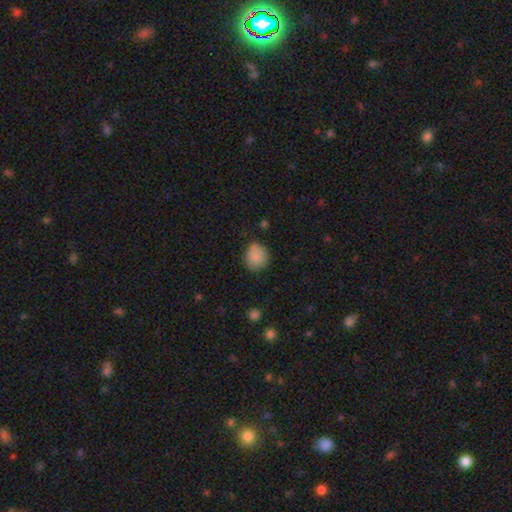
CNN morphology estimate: Smooth or featured?
  - smooth: 87% *
  - star or artifact: 8%
  - featured or disk: 5%
How rounded?
  - round: 76% *
  - in between: 23%
  - cigar-shaped: 1%
Merging?
  - none: 77% *
  - minor disturbance: 18%
  - major disturbance: 4%
  - merger: 1%